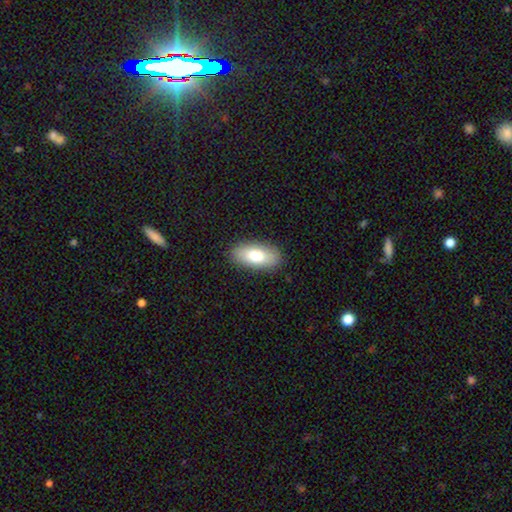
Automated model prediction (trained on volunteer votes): Smooth or featured? smooth (79%)
How rounded? in between (90%)
Merging? none (87%)